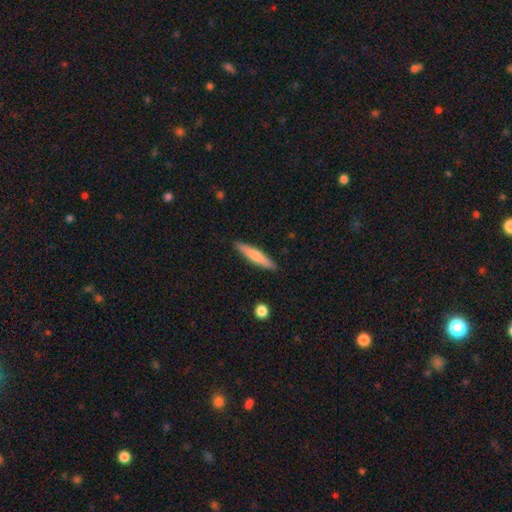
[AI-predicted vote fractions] This appears to be a smooth galaxy with no disk features (65%) that is cigar-shaped (91%). Merging: none (90%).